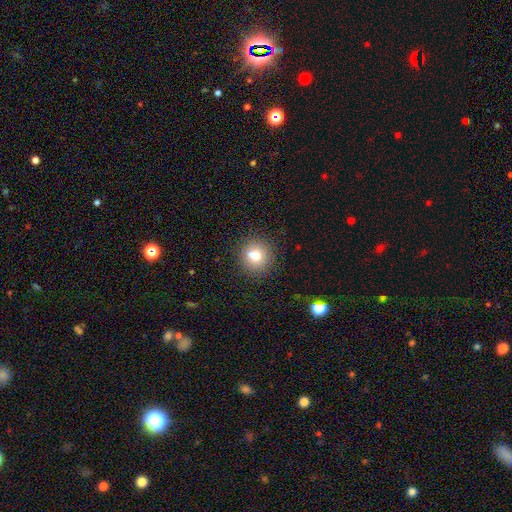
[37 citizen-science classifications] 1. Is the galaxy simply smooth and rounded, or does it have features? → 62% smooth, 30% featured or disk, 8% star or artifact.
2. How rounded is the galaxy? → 91% round, 4% in between, 4% cigar-shaped.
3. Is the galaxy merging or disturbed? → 59% none, 26% merger, 15% minor disturbance, 0% major disturbance.